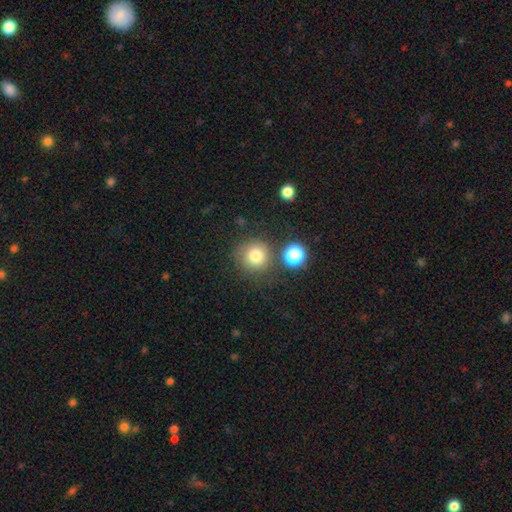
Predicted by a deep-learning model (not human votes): smooth 79%, star or artifact 13%, featured or disk 8%. Down the decision tree: how rounded — round (93%); merging — none (77%).